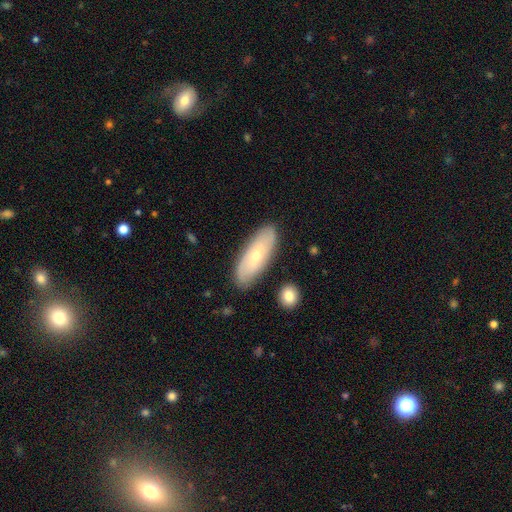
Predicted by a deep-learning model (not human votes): This appears to be a featured or disk galaxy (50%). Merging: none (84%).